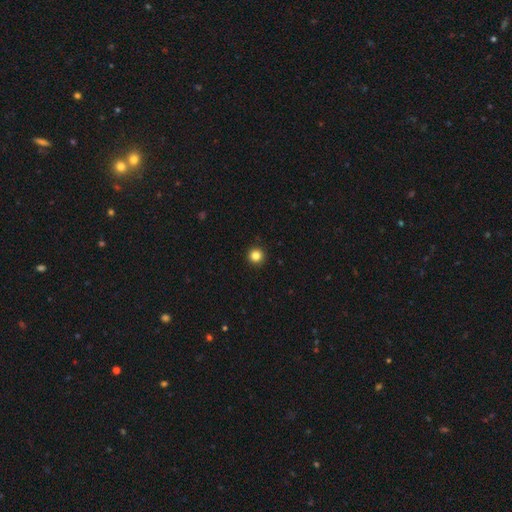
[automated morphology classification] smooth-or-featured: smooth: 84% | star or artifact: 12% | featured or disk: 4%
  how-rounded: round: 96% | in between: 3% | cigar-shaped: 1%
  merging: none: 94% | minor disturbance: 4% | major disturbance: 1% | merger: 1%